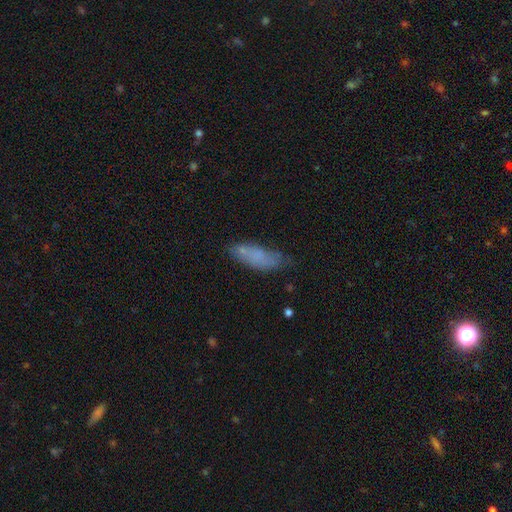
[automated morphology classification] Smooth or featured? smooth (68%)
How rounded? in between (56%)
Merging? none (59%)